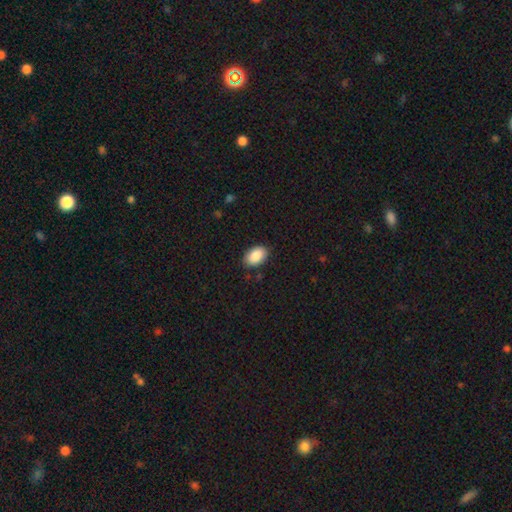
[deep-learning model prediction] Smooth or featured? Predicted: smooth (p=0.89). How rounded? Predicted: in between (p=0.91). Merging? Predicted: none (p=0.87).